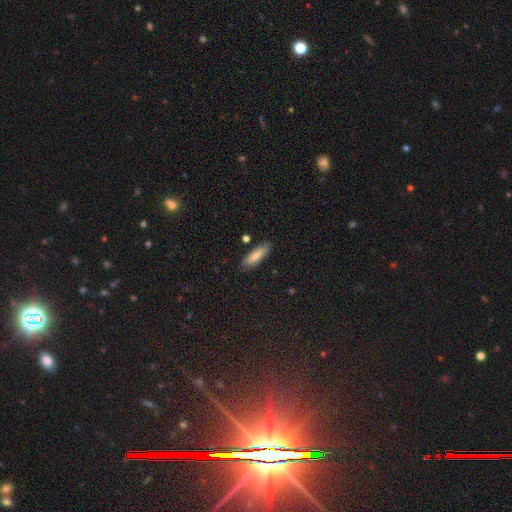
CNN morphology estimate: Q: Smooth or featured?
A: smooth (78%); runner-up: featured or disk (15%)
Q: How rounded?
A: cigar-shaped (49%); tied with: in between (49%)
Q: Merging?
A: none (84%); runner-up: minor disturbance (12%)